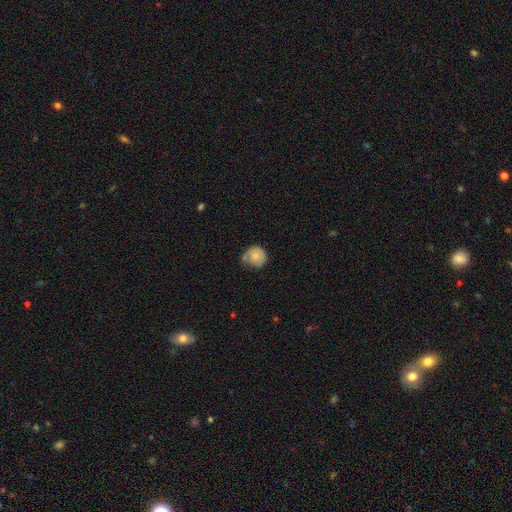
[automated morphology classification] The model was most divided on "merging": none: 50%, minor disturbance: 33%, major disturbance: 10%, merger: 6%. More confident: how rounded — round (84%); smooth or featured — smooth (72%).